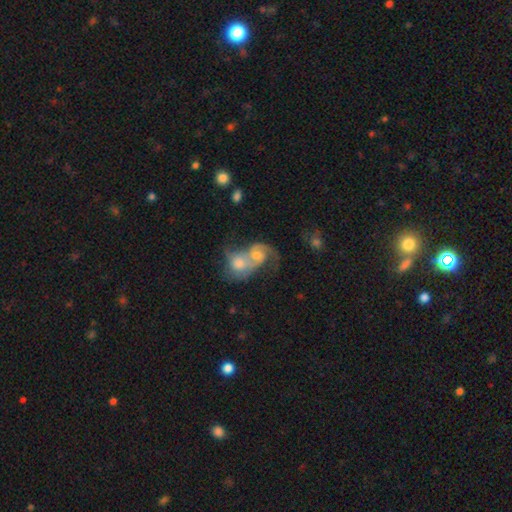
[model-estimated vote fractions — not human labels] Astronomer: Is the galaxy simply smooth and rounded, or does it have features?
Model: featured or disk — 60%.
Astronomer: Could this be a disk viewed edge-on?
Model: no — 97%.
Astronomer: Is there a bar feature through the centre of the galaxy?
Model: no — 70%.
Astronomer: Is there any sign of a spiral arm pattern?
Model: yes — 79%.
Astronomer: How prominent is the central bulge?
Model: moderate — 54%.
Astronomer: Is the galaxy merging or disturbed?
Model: merger — 81%.